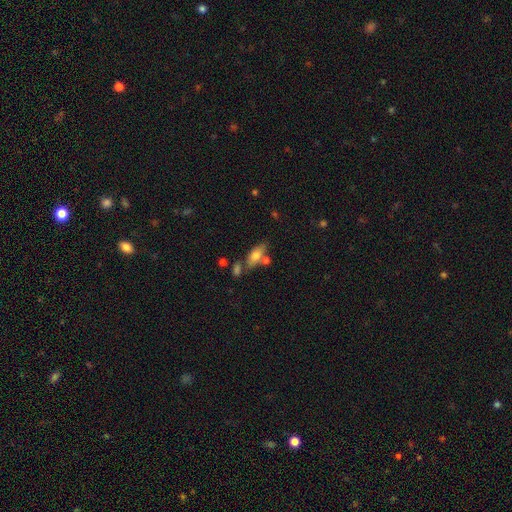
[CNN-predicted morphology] Smooth or featured: smooth — 68% (featured or disk — 24%)
How rounded: in between — 78% (cigar-shaped — 18%)
Merging: none — 57% (merger — 20%)